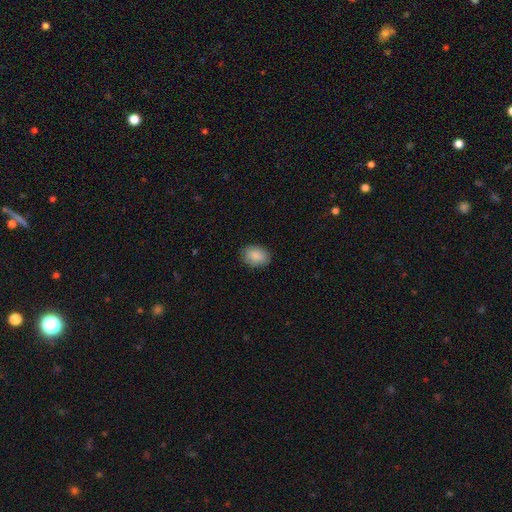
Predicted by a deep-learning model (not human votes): The model was most divided on "how rounded": in between: 80%, round: 19%, cigar-shaped: 1%. More confident: smooth or featured — smooth (88%); merging — none (86%).